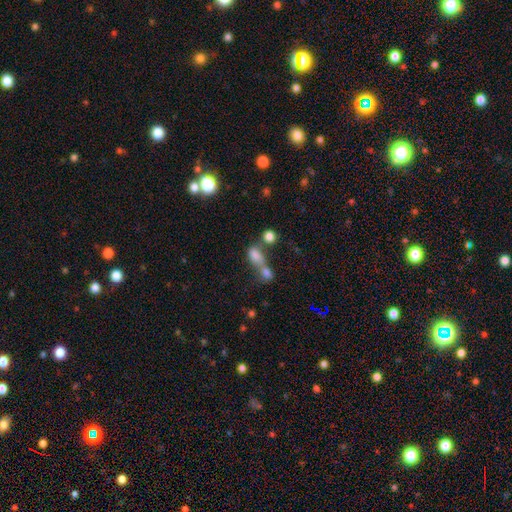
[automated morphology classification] smooth_or_featured: smooth (p=0.73) [alt: star or artifact p=0.14]
how_rounded: in between (p=0.69) [alt: round p=0.24]
merging: merger (p=0.60) [alt: none p=0.22]